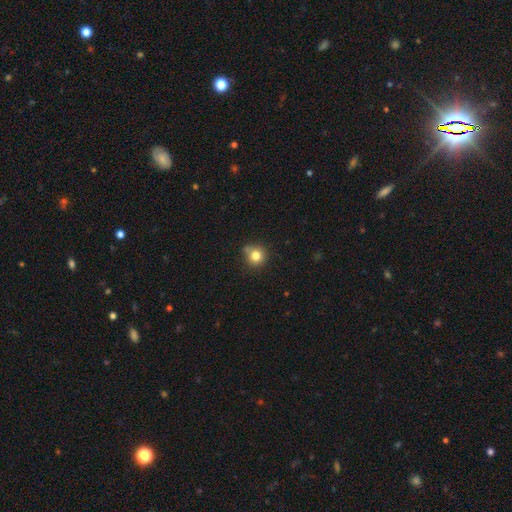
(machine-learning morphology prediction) smooth_or_featured: smooth (p=0.80) [alt: star or artifact p=0.12]
how_rounded: round (p=0.91) [alt: in between p=0.08]
merging: none (p=0.70) [alt: minor disturbance p=0.18]